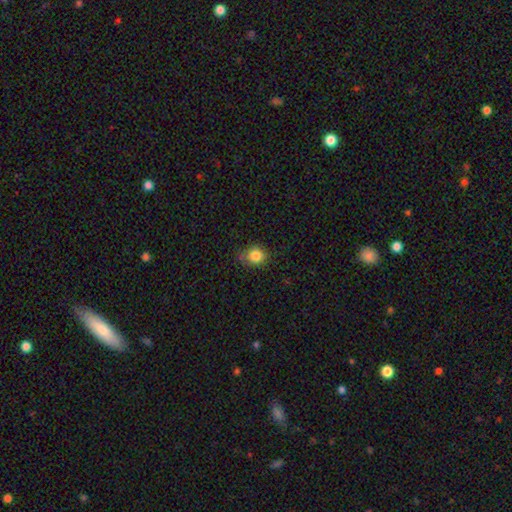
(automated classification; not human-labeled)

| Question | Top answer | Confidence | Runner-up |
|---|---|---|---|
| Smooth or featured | smooth | 84% | star or artifact (10%) |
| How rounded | round | 75% | in between (24%) |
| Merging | none | 68% | minor disturbance (25%) |